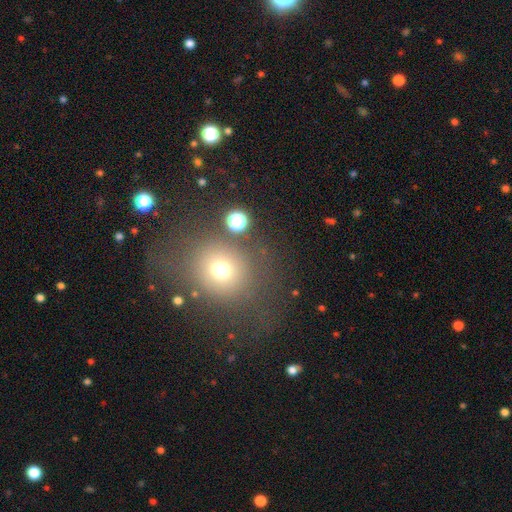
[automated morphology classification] Smooth or featured? smooth (54%)
How rounded? round (76%)
Merging? none (75%)